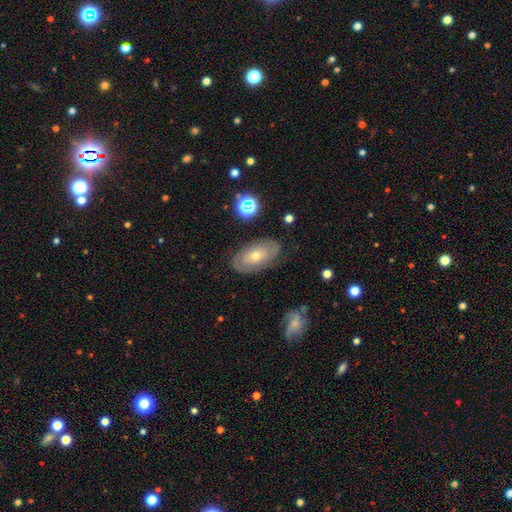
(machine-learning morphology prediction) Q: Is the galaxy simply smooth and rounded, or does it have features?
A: featured or disk — 60%.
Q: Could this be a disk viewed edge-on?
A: no — 92%.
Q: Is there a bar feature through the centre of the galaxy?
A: no — 80%.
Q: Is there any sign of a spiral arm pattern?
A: yes — 66%.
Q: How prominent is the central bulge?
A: small — 51%.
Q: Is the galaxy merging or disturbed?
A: none — 78%.